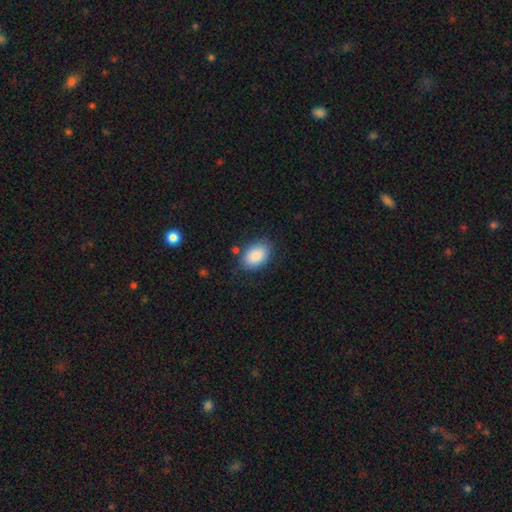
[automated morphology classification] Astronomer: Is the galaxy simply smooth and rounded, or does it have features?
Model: smooth — 88%.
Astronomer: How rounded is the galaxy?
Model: in between — 89%.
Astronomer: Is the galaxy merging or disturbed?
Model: none — 80%.